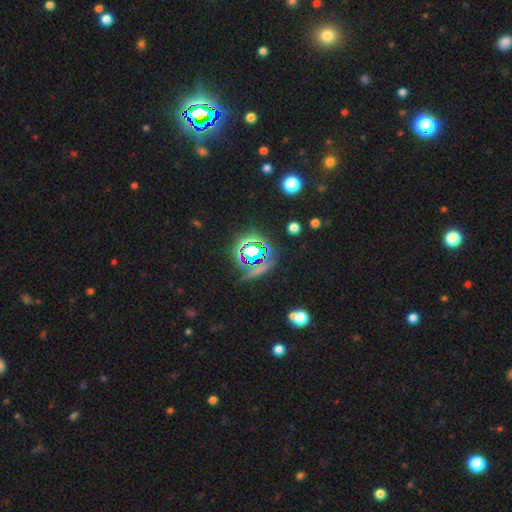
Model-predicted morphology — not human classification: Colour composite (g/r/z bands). It shows a star or artifact, not a galaxy (66%).